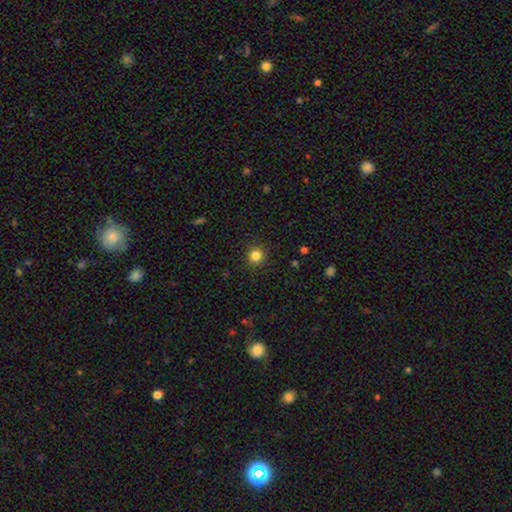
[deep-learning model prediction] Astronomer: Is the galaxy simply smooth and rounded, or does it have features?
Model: smooth — 84%.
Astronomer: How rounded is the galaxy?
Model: round — 92%.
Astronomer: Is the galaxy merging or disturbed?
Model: none — 91%.